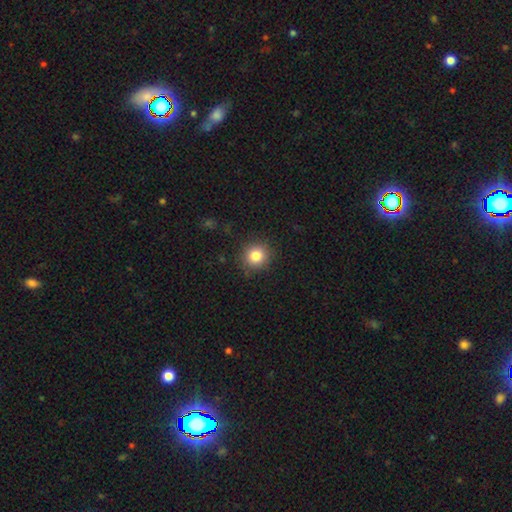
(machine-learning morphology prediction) Smooth or featured?
  - smooth: 82% *
  - star or artifact: 11%
  - featured or disk: 6%
How rounded?
  - round: 89% *
  - in between: 10%
  - cigar-shaped: 1%
Merging?
  - none: 88% *
  - minor disturbance: 9%
  - major disturbance: 3%
  - merger: 1%